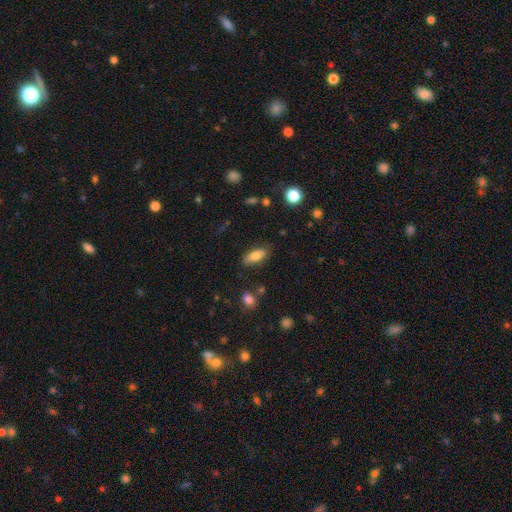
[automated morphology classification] This is likely a smooth galaxy (75%). How rounded: likely in between (79%). Merging: clearly none (82%).